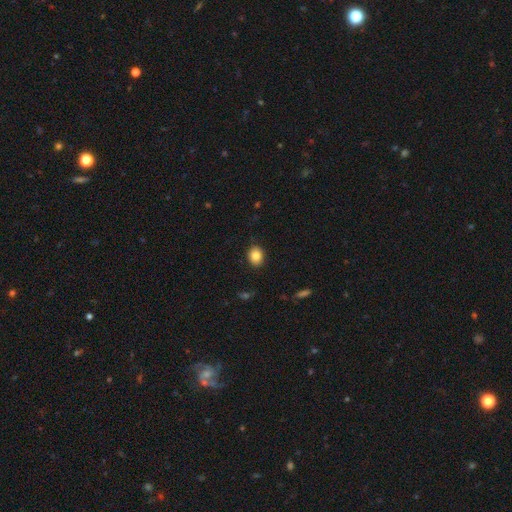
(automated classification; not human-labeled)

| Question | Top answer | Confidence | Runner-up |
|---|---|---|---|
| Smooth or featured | smooth | 85% | star or artifact (9%) |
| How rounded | round | 55% | in between (44%) |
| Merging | none | 88% | minor disturbance (9%) |